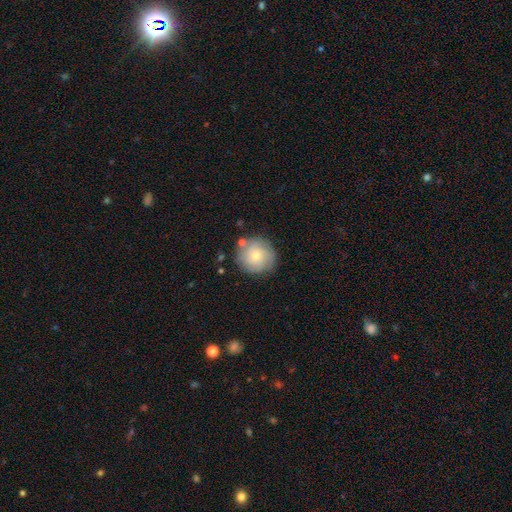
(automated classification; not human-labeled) A smooth galaxy with no disk features (59%) that is round (93%).

Vote fractions:
- Smooth or featured? smooth: 59% / featured or disk: 34% / star or artifact: 8%
- How rounded? round: 93% / in between: 6% / cigar-shaped: 1%
- Merging? none: 78% / minor disturbance: 14% / merger: 5% / major disturbance: 4%